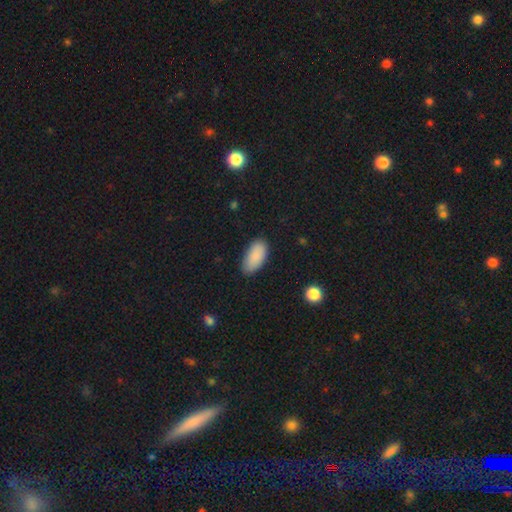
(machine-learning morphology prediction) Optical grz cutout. It shows a smooth galaxy with no disk features (89%) that is in between round and cigar-shaped (92%). Merging: none (82%).